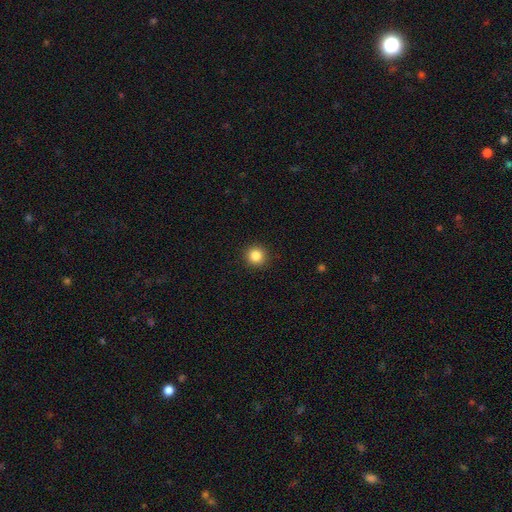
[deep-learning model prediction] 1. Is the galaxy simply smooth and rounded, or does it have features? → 85% smooth, 11% star or artifact, 4% featured or disk.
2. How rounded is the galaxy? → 95% round, 4% in between, 1% cigar-shaped.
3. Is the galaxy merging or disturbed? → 92% none, 5% minor disturbance, 2% major disturbance, 1% merger.